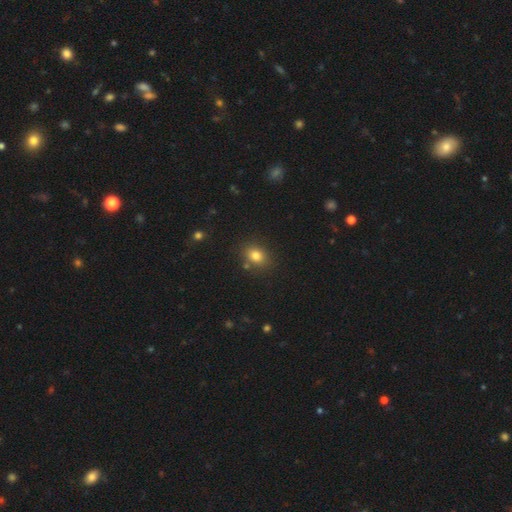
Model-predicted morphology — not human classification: smooth 80%, star or artifact 12%, featured or disk 7%. Down the decision tree: how rounded — in between (50%); merging — none (80%).